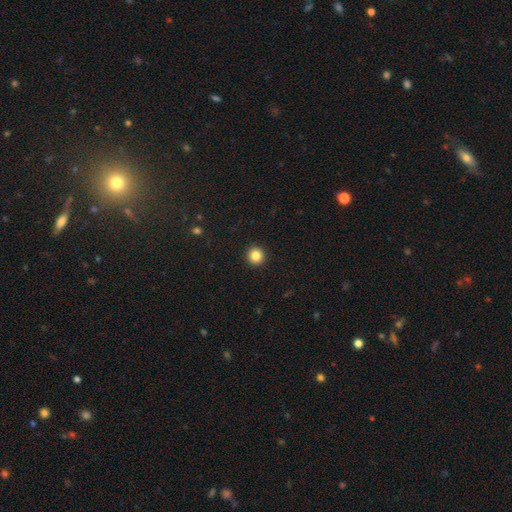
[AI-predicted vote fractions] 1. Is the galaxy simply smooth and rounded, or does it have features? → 85% smooth, 11% star or artifact, 5% featured or disk.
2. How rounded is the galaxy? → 95% round, 4% in between, 1% cigar-shaped.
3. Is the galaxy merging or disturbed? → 94% none, 4% minor disturbance, 1% major disturbance, 1% merger.